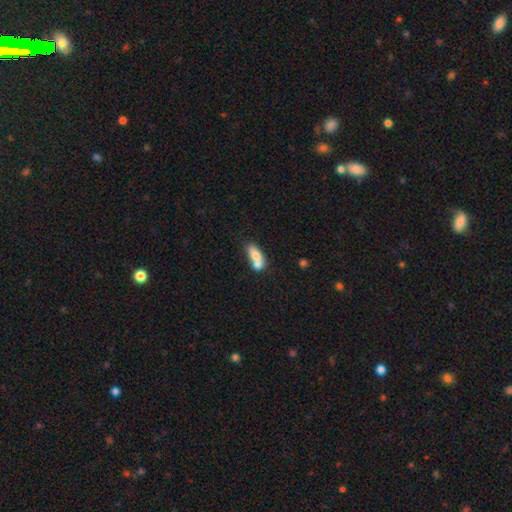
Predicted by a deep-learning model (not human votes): Smooth or featured: smooth — 68% (featured or disk — 24%)
How rounded: in between — 75% (cigar-shaped — 16%)
Merging: merger — 59% (none — 25%)